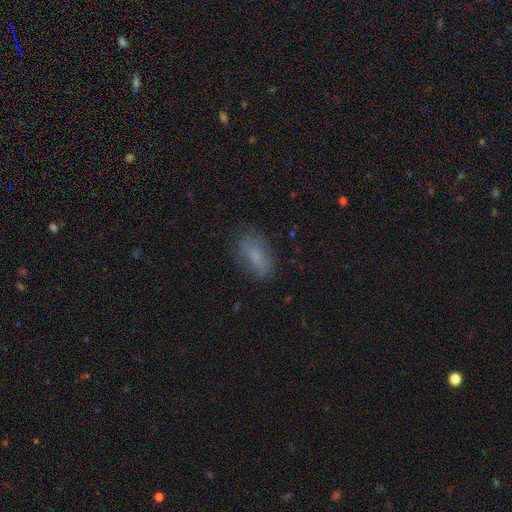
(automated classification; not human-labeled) Overall: smooth (72%). How rounded: in between (84%). Merging: none (75%).